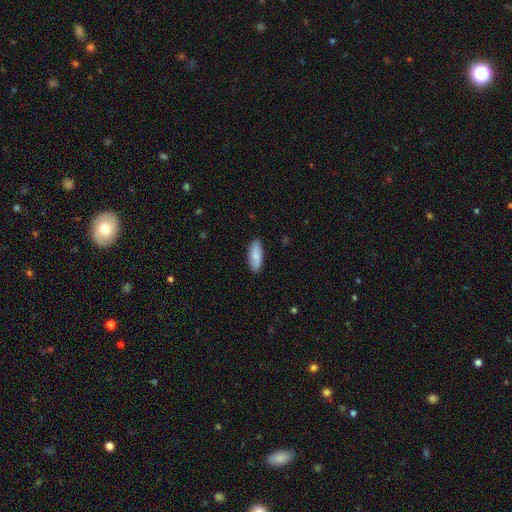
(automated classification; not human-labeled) smooth_or_featured: smooth (p=0.82) [alt: featured or disk p=0.13]
how_rounded: in between (p=0.78) [alt: cigar-shaped p=0.20]
merging: none (p=0.88) [alt: minor disturbance p=0.09]